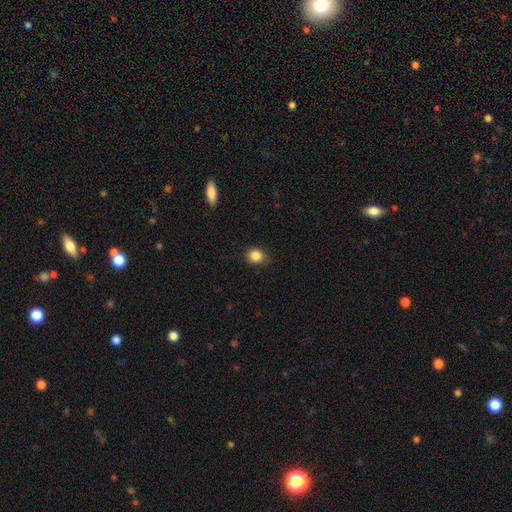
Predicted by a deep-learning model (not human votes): smooth-or-featured: smooth: 85% | star or artifact: 11% | featured or disk: 4%
  how-rounded: round: 80% | in between: 20% | cigar-shaped: 1%
  merging: none: 81% | minor disturbance: 15% | major disturbance: 3% | merger: 1%